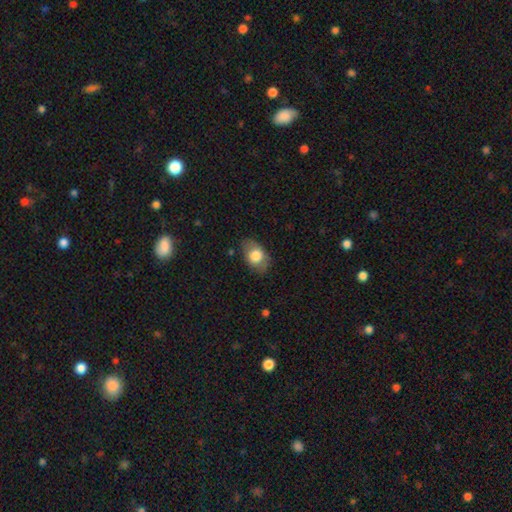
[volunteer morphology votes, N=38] A smooth galaxy with no disk features (82%) that is in between round and cigar-shaped (81%). Merging: none (71%).